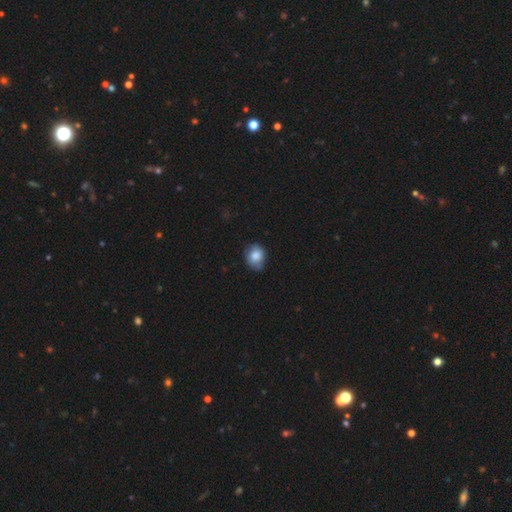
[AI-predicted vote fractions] This appears to be a smooth galaxy with no disk features (81%) that is round (52%). Merging: none (57%).